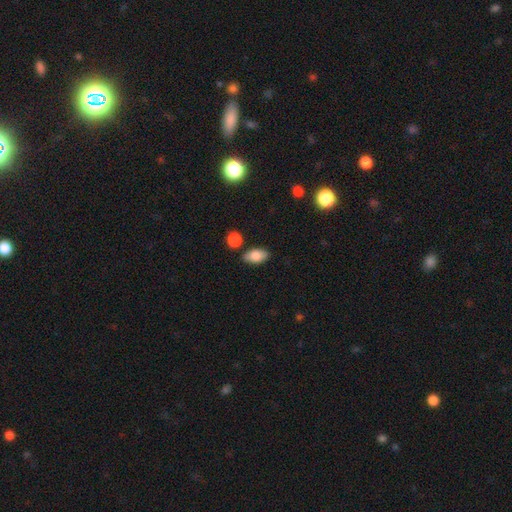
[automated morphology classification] smooth 81%, featured or disk 12%, star or artifact 7%. Down the decision tree: how rounded — in between (91%); merging — none (81%).